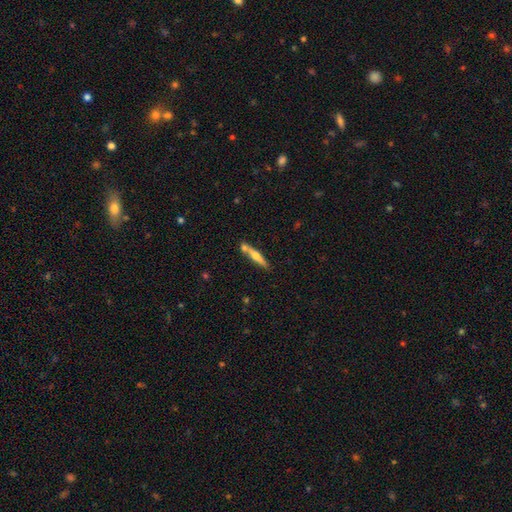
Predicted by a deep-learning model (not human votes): This appears to be a featured or disk galaxy (53%) viewed edge-on (95%) with a rounded central bulge (87%). Merging: none (70%).